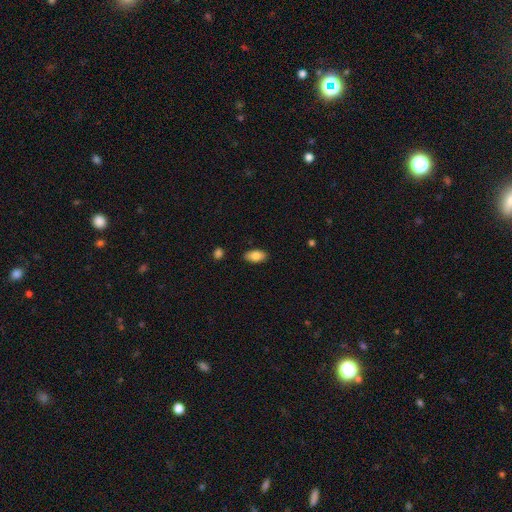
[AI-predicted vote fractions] Smooth or featured: smooth — 84% (featured or disk — 9%)
How rounded: in between — 93% (cigar-shaped — 3%)
Merging: none — 88% (minor disturbance — 9%)